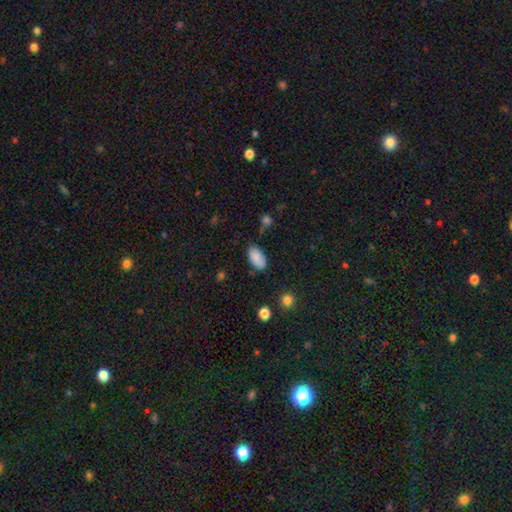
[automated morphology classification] type=smooth (85%); roundness=in between (94%); merging=none (71%).